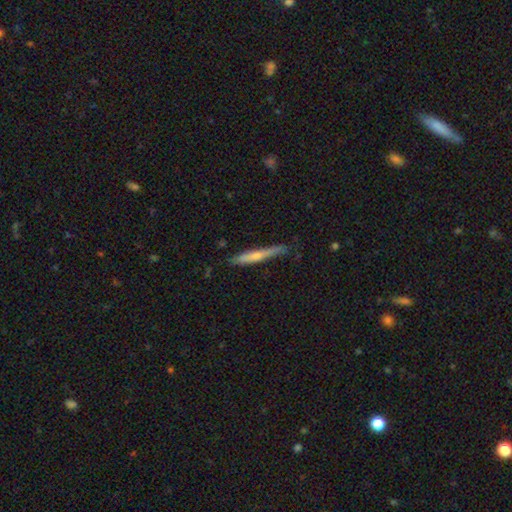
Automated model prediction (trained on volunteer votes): Smooth or featured?
  - featured or disk: 60% *
  - smooth: 31%
  - star or artifact: 9%
Edge-on disk?
  - yes: 95% *
  - no: 5%
Edge-on bulge?
  - rounded: 65% *
  - none: 27%
  - boxy: 8%
Merging?
  - none: 84% *
  - minor disturbance: 12%
  - major disturbance: 2%
  - merger: 2%